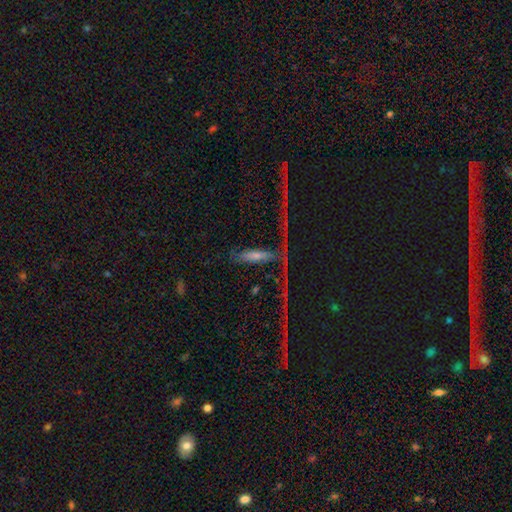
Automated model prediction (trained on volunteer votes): Smooth or featured?
  - smooth: 43% *
  - featured or disk: 37%
  - star or artifact: 20%
Merging?
  - none: 52% *
  - minor disturbance: 20%
  - major disturbance: 20%
  - merger: 7%